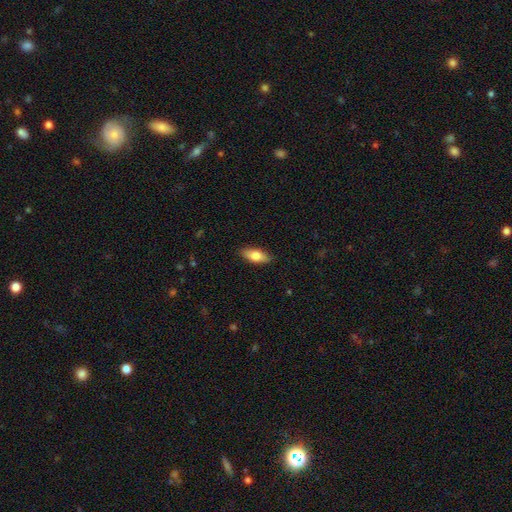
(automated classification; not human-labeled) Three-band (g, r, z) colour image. It shows a smooth galaxy with no disk features (74%) that is in between round and cigar-shaped (79%). Merging: none (88%).